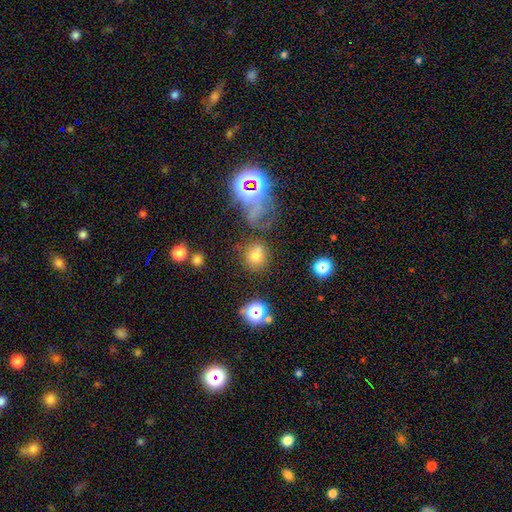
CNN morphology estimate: Smooth or featured: smooth — 67% (star or artifact — 21%)
How rounded: round — 77% (in between — 21%)
Merging: none — 61% (minor disturbance — 15%)